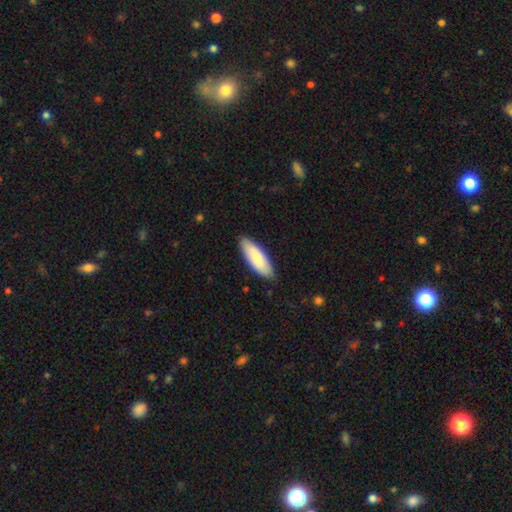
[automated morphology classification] type=smooth (80%); roundness=in between (65%); merging=none (85%).